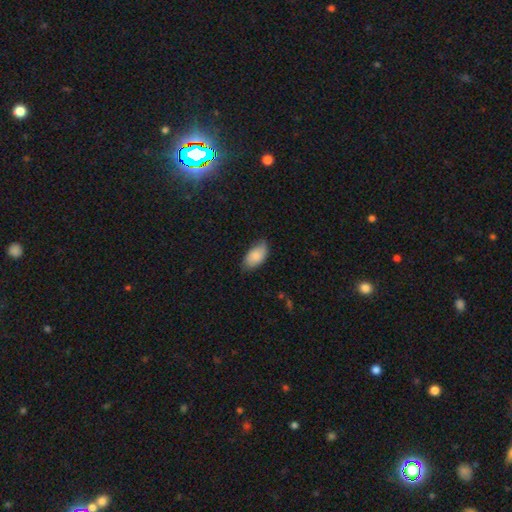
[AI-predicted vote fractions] Smooth or featured? Predicted: smooth (p=0.85). How rounded? Predicted: in between (p=0.95). Merging? Predicted: none (p=0.73).